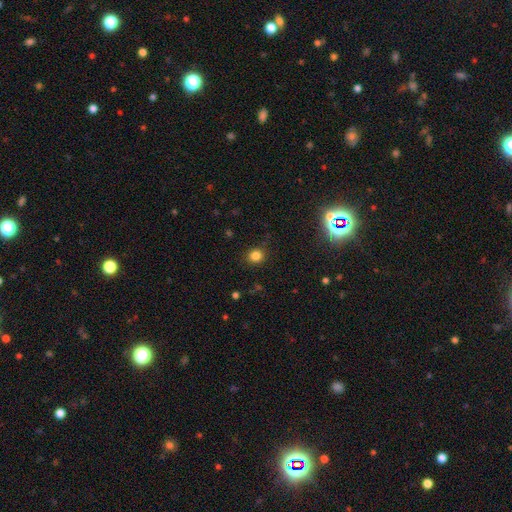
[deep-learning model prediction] This is clearly a smooth galaxy (82%). How rounded: clearly round (85%). Merging: clearly none (87%).